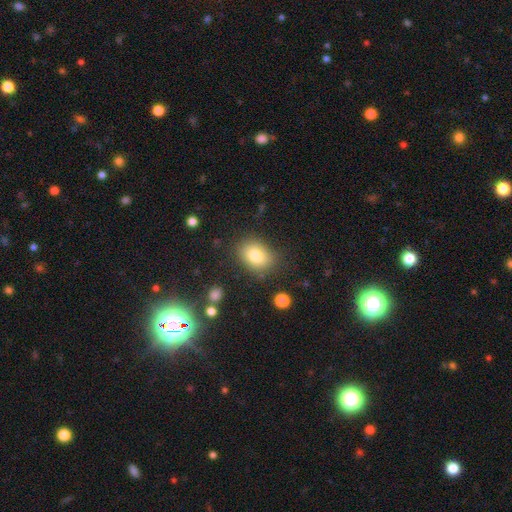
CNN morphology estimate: Smooth or featured: smooth — 79% (featured or disk — 11%)
How rounded: in between — 61% (round — 38%)
Merging: none — 79% (minor disturbance — 14%)